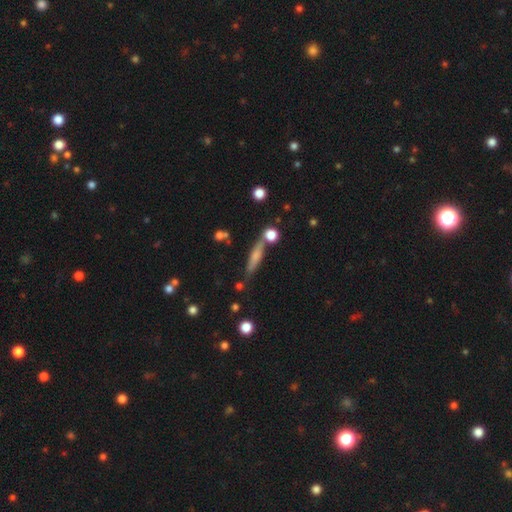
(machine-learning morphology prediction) Q: Smooth or featured?
A: smooth (56%); runner-up: featured or disk (36%)
Q: How rounded?
A: cigar-shaped (81%); runner-up: in between (15%)
Q: Merging?
A: none (70%); runner-up: minor disturbance (14%)